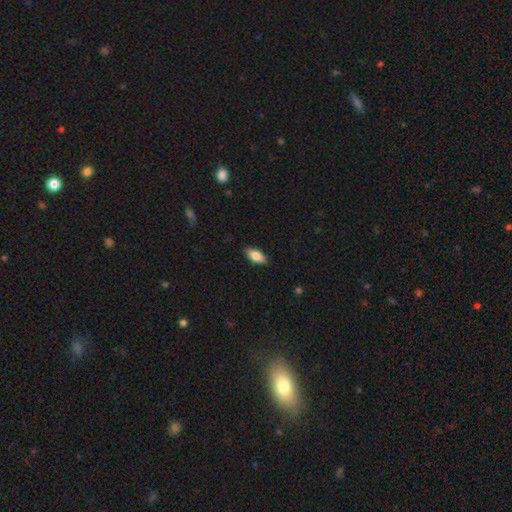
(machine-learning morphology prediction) This appears to be a smooth galaxy with no disk features (77%) that is in between round and cigar-shaped (84%). Merging: none (87%).